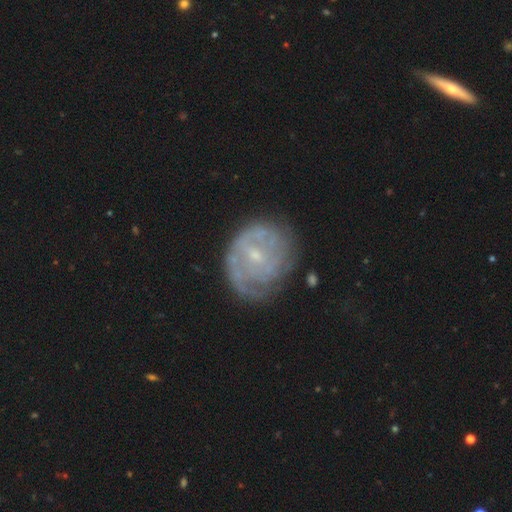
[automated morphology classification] Smooth or featured: featured or disk — 74% (smooth — 18%)
Edge-on disk: no — 98% (yes — 2%)
Bar: no — 49% (weak — 43%)
Spiral arms: yes — 78% (no — 22%)
Spiral winding: tight — 59% (medium — 29%)
Spiral arm count: can't tell — 47% (2 — 23%)
Bulge size: small — 71% (moderate — 23%)
Merging: none — 61% (minor disturbance — 23%)